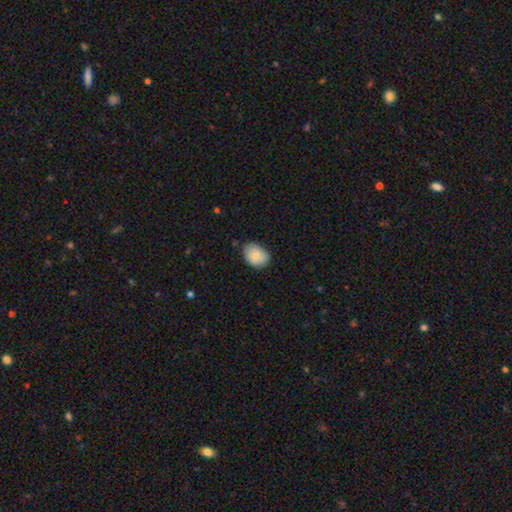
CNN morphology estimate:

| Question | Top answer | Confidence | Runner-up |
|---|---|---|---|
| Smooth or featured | smooth | 79% | featured or disk (13%) |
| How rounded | in between | 71% | round (28%) |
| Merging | none | 71% | minor disturbance (24%) |